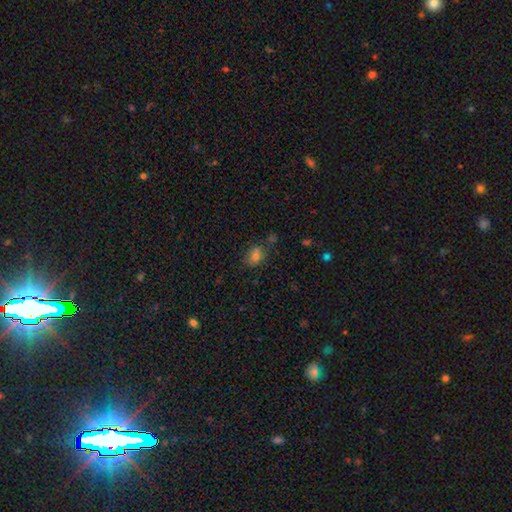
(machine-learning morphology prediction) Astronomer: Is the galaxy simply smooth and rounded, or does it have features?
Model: smooth — 72%.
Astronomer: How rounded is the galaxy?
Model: in between — 64%.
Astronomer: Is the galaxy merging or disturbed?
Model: none — 61%.